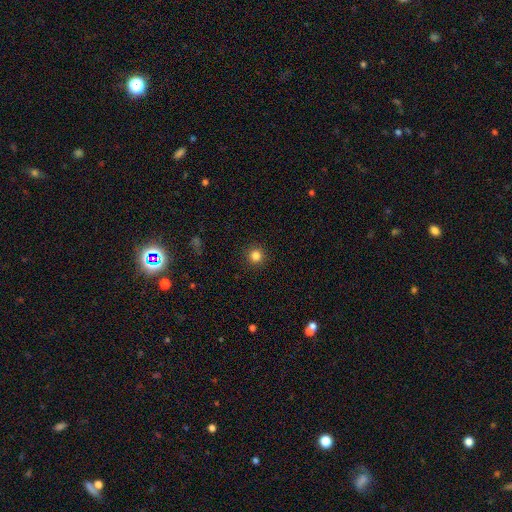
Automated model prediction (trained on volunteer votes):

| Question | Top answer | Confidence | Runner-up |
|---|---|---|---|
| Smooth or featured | smooth | 83% | star or artifact (13%) |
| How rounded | round | 95% | in between (4%) |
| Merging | none | 92% | minor disturbance (5%) |